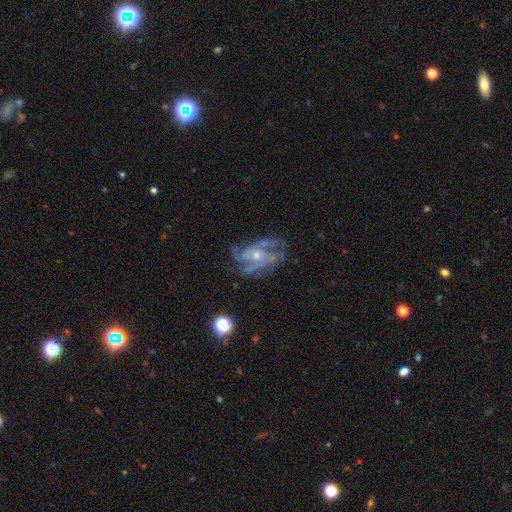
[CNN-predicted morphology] A featured or disk galaxy (80%) with no bar (71%), medium (44%) spiral arms (87%) and a small central bulge (59%). Merging: none (60%).